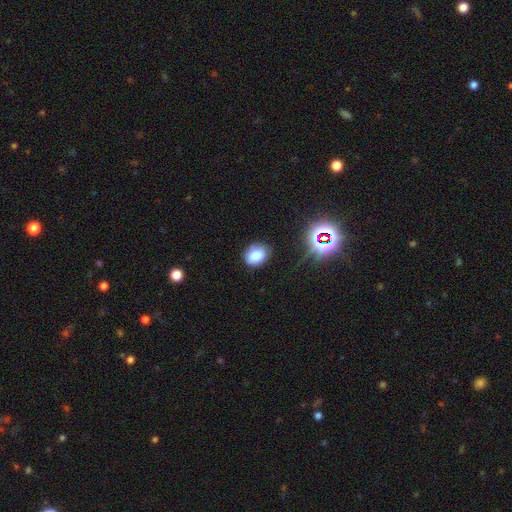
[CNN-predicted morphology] smooth 79%, star or artifact 14%, featured or disk 7%. Down the decision tree: how rounded — in between (54%); merging — none (75%).